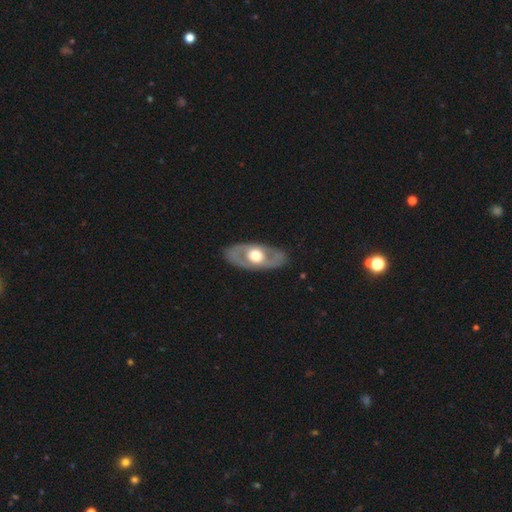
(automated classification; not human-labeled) Smooth or featured?
  - featured or disk: 64% *
  - smooth: 32%
  - star or artifact: 4%
Edge-on disk?
  - no: 84% *
  - yes: 16%
Bar?
  - no: 86% *
  - weak: 11%
  - strong: 4%
Spiral arms?
  - no: 77% *
  - yes: 23%
Bulge size?
  - moderate: 58% *
  - large: 36%
  - small: 3%
  - dominant: 2%
  - none: 1%
Merging?
  - none: 84% *
  - minor disturbance: 11%
  - major disturbance: 4%
  - merger: 1%